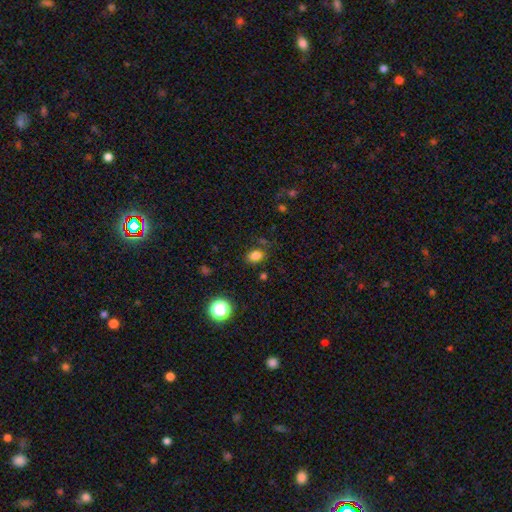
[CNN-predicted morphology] Smooth or featured?
  - smooth: 81% *
  - star or artifact: 14%
  - featured or disk: 5%
How rounded?
  - in between: 64% *
  - round: 35%
  - cigar-shaped: 1%
Merging?
  - none: 76% *
  - minor disturbance: 15%
  - major disturbance: 5%
  - merger: 4%